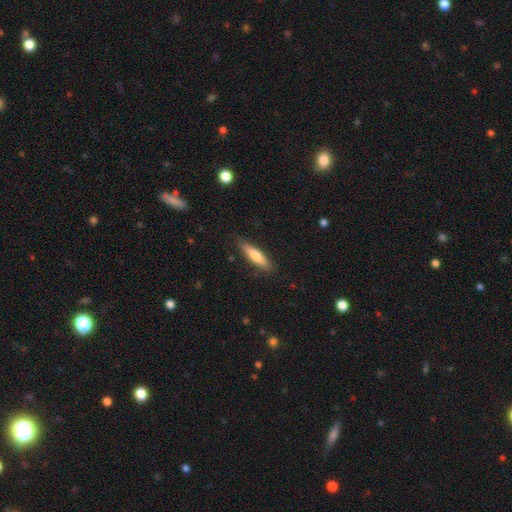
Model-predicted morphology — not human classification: type=smooth (68%); roundness=cigar-shaped (72%); merging=none (85%).